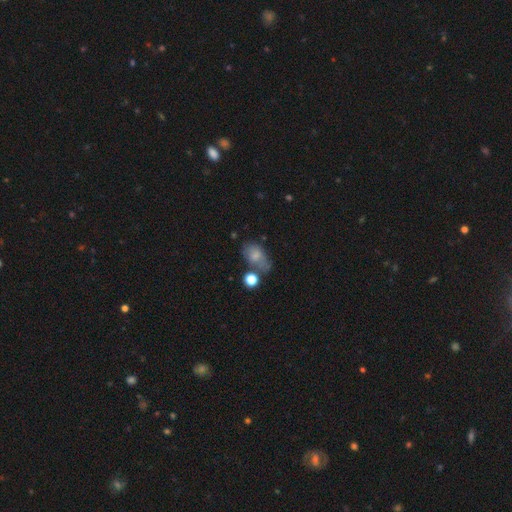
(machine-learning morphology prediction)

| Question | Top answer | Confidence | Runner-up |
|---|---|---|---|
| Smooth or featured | smooth | 69% | featured or disk (20%) |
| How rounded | in between | 84% | round (14%) |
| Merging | none | 40% | minor disturbance (28%) |